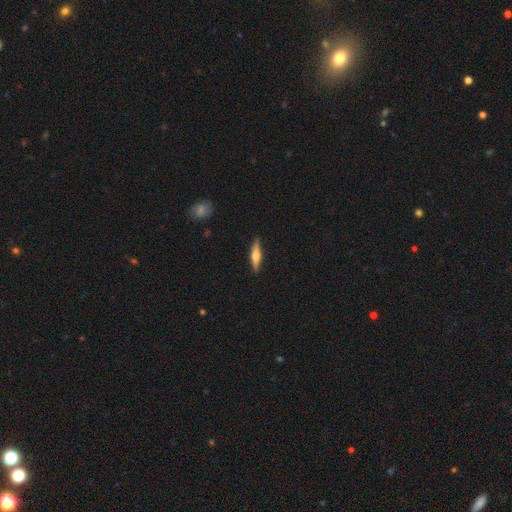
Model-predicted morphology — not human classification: Q: Smooth or featured?
A: featured or disk (54%); runner-up: smooth (41%)
Q: Edge-on disk?
A: yes (95%); runner-up: no (5%)
Q: Edge-on bulge?
A: rounded (92%); runner-up: boxy (5%)
Q: Merging?
A: none (90%); runner-up: minor disturbance (7%)